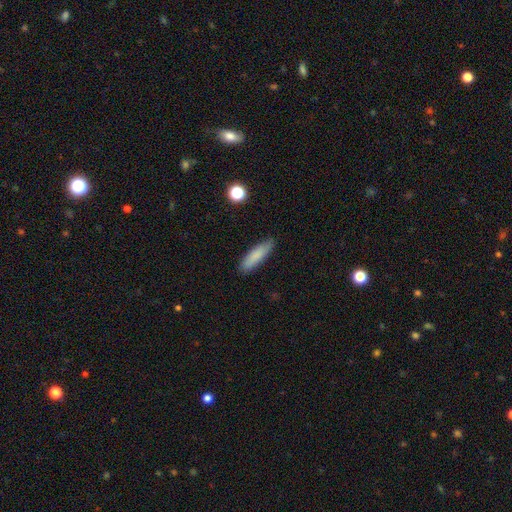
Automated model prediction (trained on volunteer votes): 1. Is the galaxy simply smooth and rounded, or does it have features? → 83% smooth, 10% featured or disk, 7% star or artifact.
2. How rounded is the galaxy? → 69% cigar-shaped, 29% in between, 2% round.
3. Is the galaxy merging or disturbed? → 84% none, 12% minor disturbance, 2% major disturbance, 1% merger.